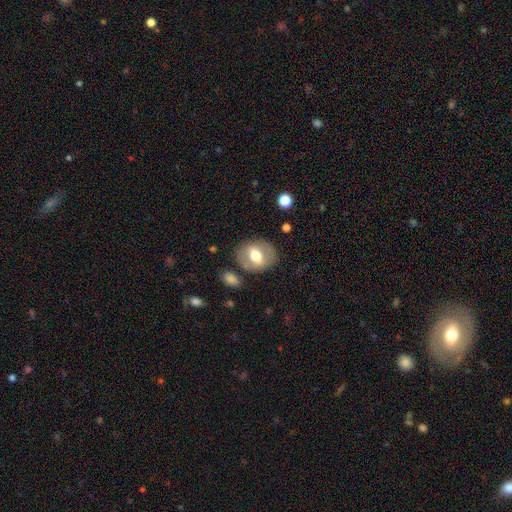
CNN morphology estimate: Smooth or featured: smooth — 52% (featured or disk — 41%)
How rounded: in between — 53% (round — 46%)
Merging: none — 78% (minor disturbance — 13%)